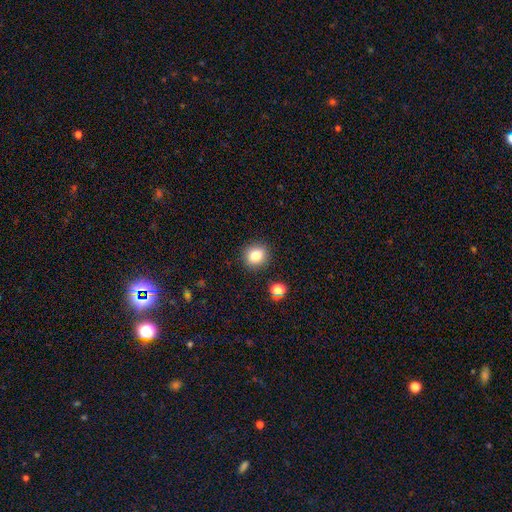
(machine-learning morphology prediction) This appears to be a smooth galaxy with no disk features (82%) that is round (84%). Merging: none (89%).